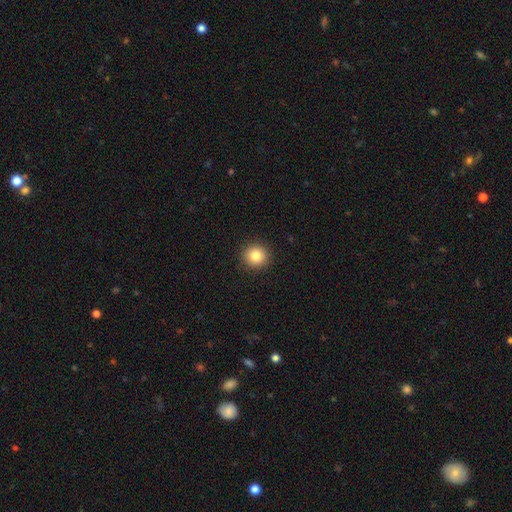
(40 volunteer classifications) Smooth or featured?
  - smooth: 82% *
  - star or artifact: 10%
  - featured or disk: 8%
How rounded?
  - round: 97% *
  - in between: 3%
  - cigar-shaped: 0%
Merging?
  - none: 94% *
  - minor disturbance: 3%
  - major disturbance: 3%
  - merger: 0%